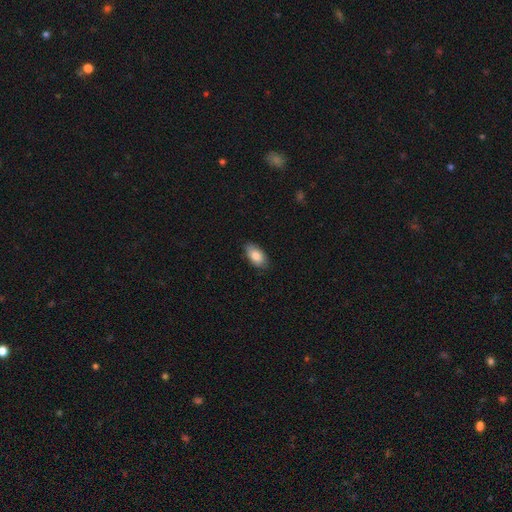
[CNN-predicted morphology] Smooth or featured? Predicted: smooth (p=0.84). How rounded? Predicted: in between (p=0.93). Merging? Predicted: none (p=0.83).